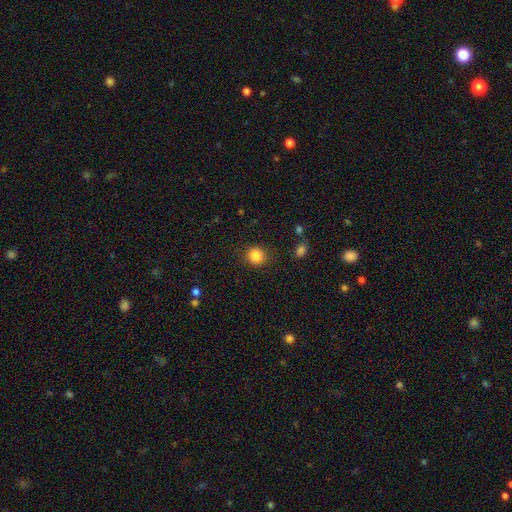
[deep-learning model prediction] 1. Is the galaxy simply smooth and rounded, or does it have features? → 85% smooth, 11% star or artifact, 4% featured or disk.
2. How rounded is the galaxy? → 89% round, 10% in between, 1% cigar-shaped.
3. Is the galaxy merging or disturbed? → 88% none, 8% minor disturbance, 3% major disturbance, 1% merger.